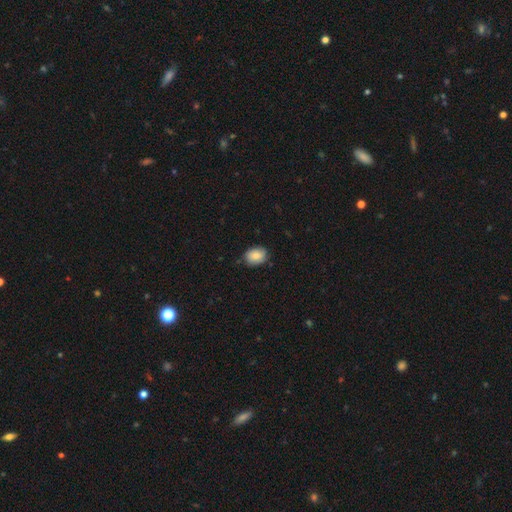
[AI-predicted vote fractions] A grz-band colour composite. It shows a smooth galaxy with no disk features (81%) that is in between round and cigar-shaped (67%). Merging: none (80%).